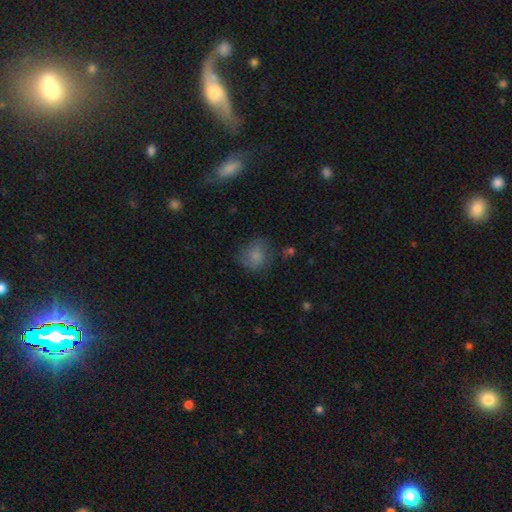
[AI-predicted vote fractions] Smooth or featured? Predicted: smooth (p=0.75). How rounded? Predicted: round (p=0.70). Merging? Predicted: none (p=0.60).